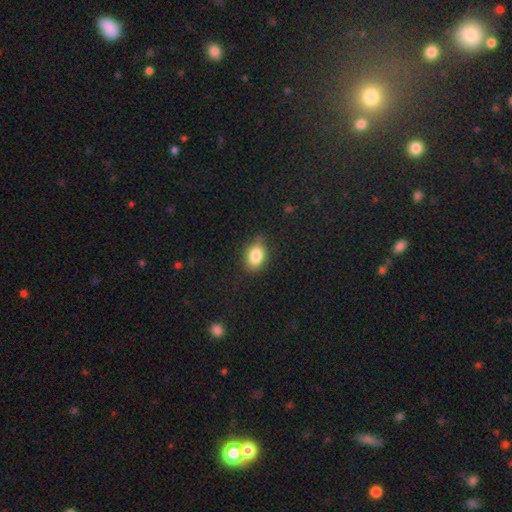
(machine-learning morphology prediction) Smooth or featured? Predicted: smooth (p=0.84). How rounded? Predicted: in between (p=0.81). Merging? Predicted: none (p=0.81).